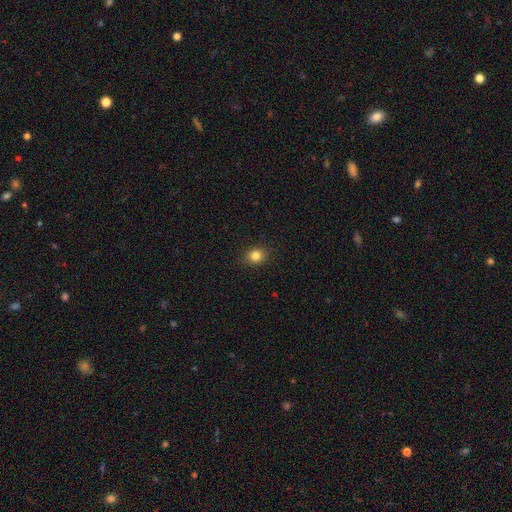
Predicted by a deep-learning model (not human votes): A smooth galaxy with no disk features (82%) that is round (70%). Merging: none (90%).